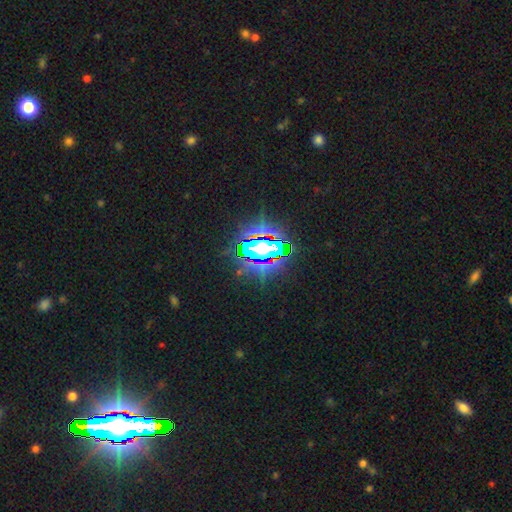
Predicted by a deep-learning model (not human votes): This appears to be a star or artifact, not a galaxy (83%).